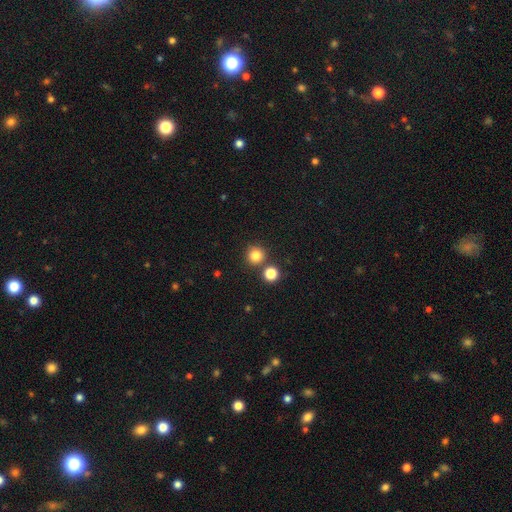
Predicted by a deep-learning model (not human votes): This is clearly a smooth galaxy (82%). How rounded: clearly round (94%). Merging: likely none (80%).